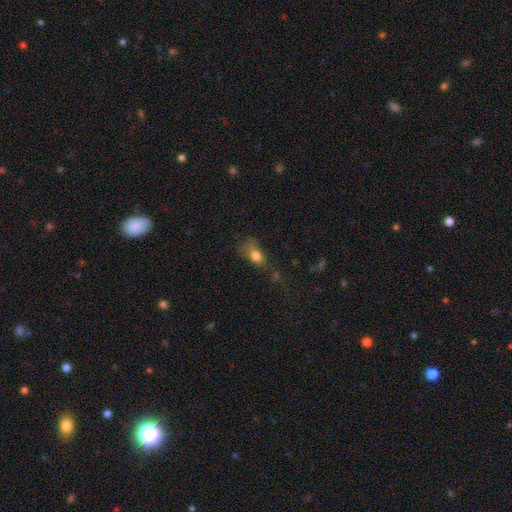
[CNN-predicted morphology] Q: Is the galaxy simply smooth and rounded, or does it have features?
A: smooth — 76%.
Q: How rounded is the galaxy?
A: in between — 75%.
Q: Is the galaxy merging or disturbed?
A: none — 33%.